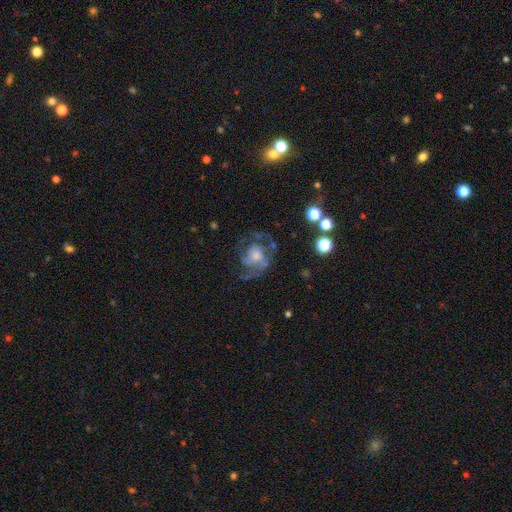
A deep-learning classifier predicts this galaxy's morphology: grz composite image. It shows a featured or disk galaxy (79%) with no bar (72%), 2 (44%) medium (49%) spiral arms (88%) and a moderate central bulge (40%). Merging: none (60%).